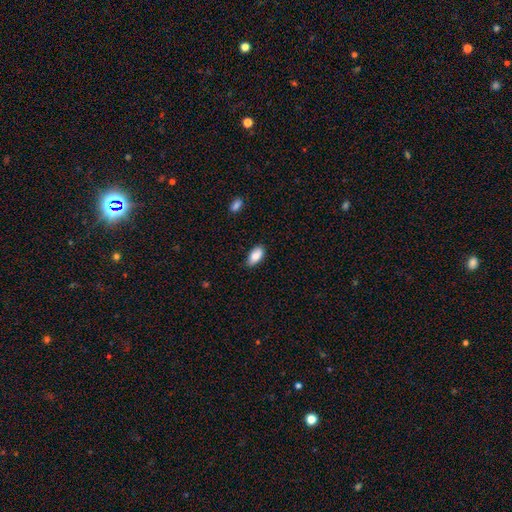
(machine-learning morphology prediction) smooth_or_featured: smooth (p=0.86) [alt: featured or disk p=0.07]
how_rounded: in between (p=0.92) [alt: cigar-shaped p=0.05]
merging: none (p=0.77) [alt: minor disturbance p=0.19]